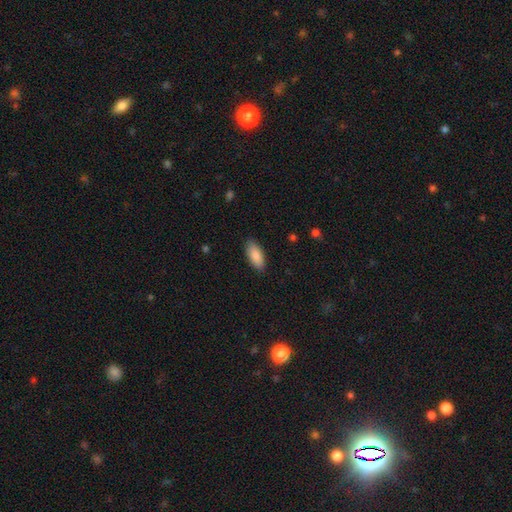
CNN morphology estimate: Q: Smooth or featured?
A: smooth (89%); runner-up: star or artifact (6%)
Q: How rounded?
A: in between (86%); runner-up: cigar-shaped (12%)
Q: Merging?
A: none (88%); runner-up: minor disturbance (9%)